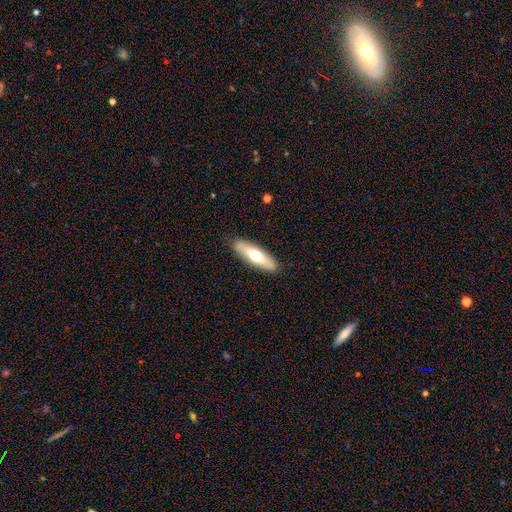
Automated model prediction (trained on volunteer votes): smooth 58%, featured or disk 37%, star or artifact 5%. Down the decision tree: how rounded — cigar-shaped (64%); merging — none (87%).